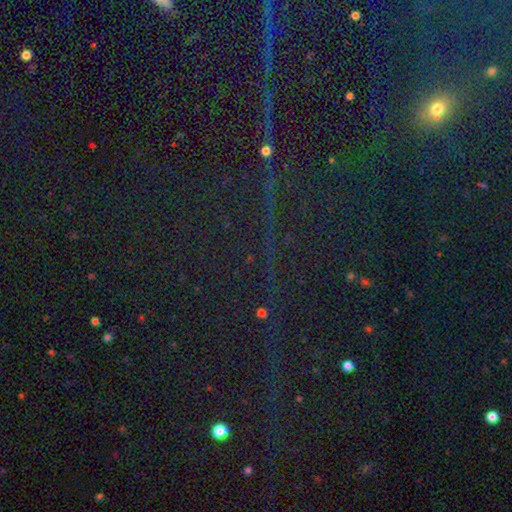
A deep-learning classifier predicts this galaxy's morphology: A star or artifact, not a galaxy (84%).